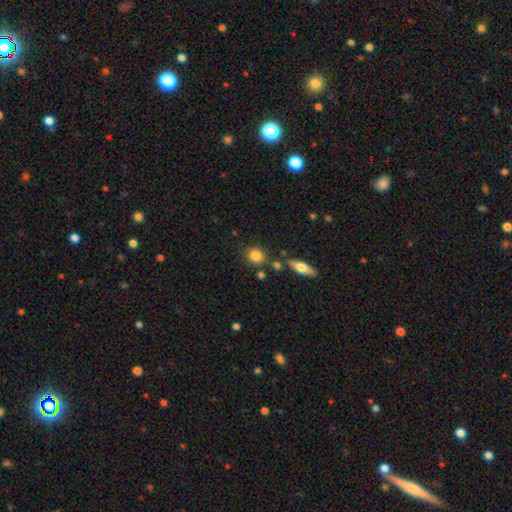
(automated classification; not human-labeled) Smooth or featured: smooth — 82% (featured or disk — 9%)
How rounded: round — 70% (in between — 27%)
Merging: none — 77% (minor disturbance — 11%)